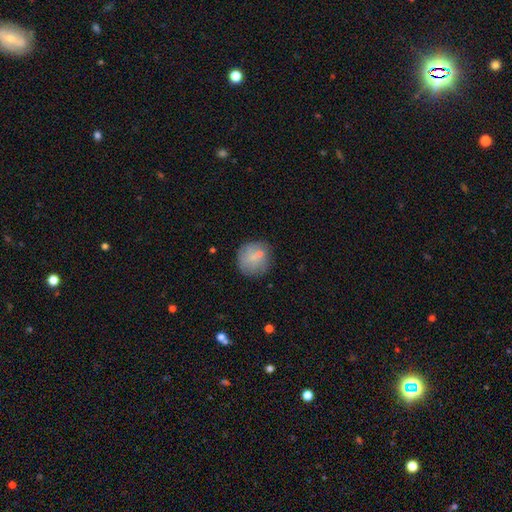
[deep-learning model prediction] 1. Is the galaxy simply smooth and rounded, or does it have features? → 70% smooth, 20% featured or disk, 10% star or artifact.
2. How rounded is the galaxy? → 89% round, 10% in between, 1% cigar-shaped.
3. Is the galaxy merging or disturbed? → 70% none, 17% minor disturbance, 8% merger, 5% major disturbance.